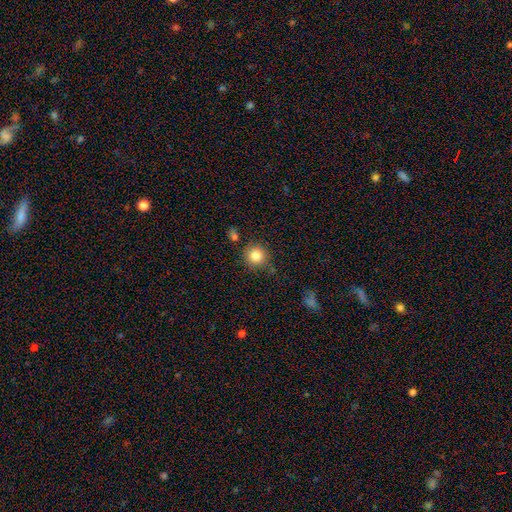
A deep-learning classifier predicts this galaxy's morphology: Smooth or featured: smooth — 83% (star or artifact — 11%)
How rounded: round — 93% (in between — 6%)
Merging: none — 81% (minor disturbance — 11%)